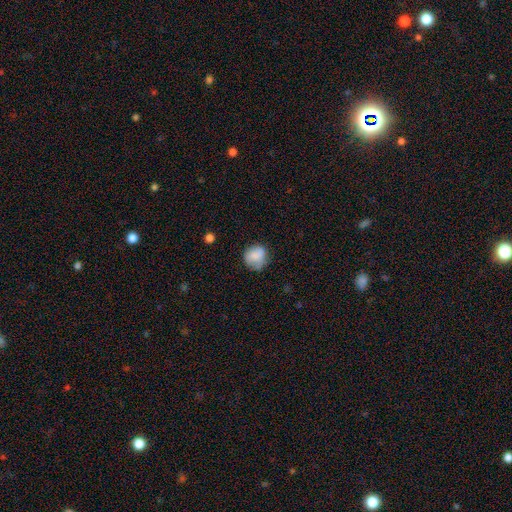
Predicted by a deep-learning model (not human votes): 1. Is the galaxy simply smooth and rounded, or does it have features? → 78% smooth, 14% featured or disk, 8% star or artifact.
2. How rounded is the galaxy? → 85% round, 14% in between, 1% cigar-shaped.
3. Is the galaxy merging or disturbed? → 67% none, 23% minor disturbance, 7% major disturbance, 3% merger.